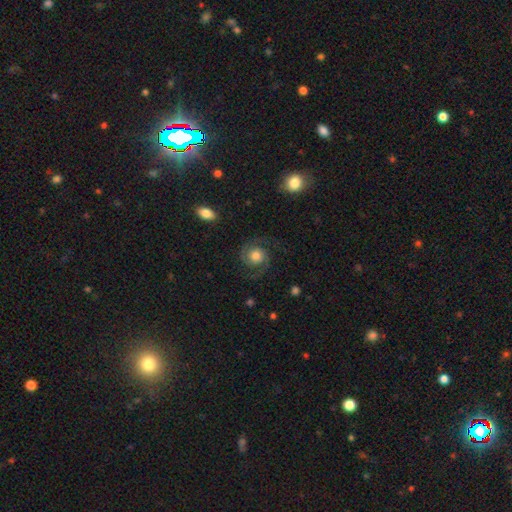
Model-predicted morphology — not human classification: featured or disk 82%, smooth 12%, star or artifact 6%. Down the decision tree: edge-on disk — no (98%); bar — no (74%); spiral arms — yes (97%); spiral arm count — 2 (93%); spiral winding — medium (51%); bulge size — moderate (46%); merging — none (79%).